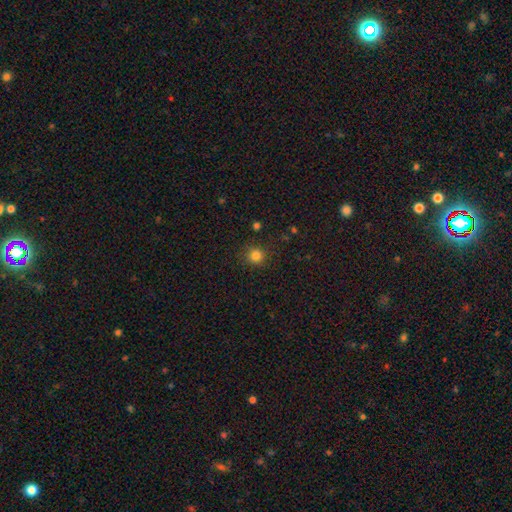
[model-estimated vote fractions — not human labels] Overall: smooth (82%). How rounded: round (92%). Merging: none (89%).